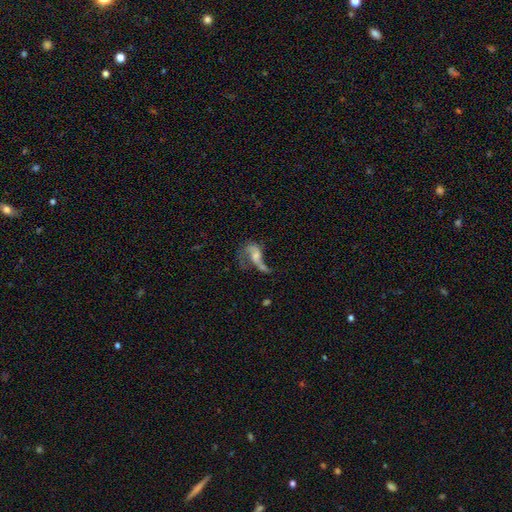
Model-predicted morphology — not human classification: Smooth or featured? Predicted: featured or disk (p=0.65). Edge-on disk? Predicted: no (p=0.95). Bar? Predicted: no (p=0.62). Spiral arms? Predicted: yes (p=0.70). Bulge size? Predicted: small (p=0.34). Merging? Predicted: major disturbance (p=0.42).